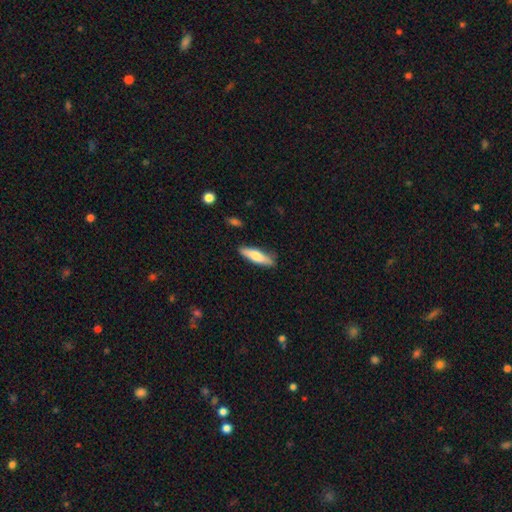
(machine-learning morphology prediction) smooth_or_featured: smooth (p=0.71) [alt: featured or disk p=0.23]
how_rounded: cigar-shaped (p=0.66) [alt: in between p=0.32]
merging: none (p=0.83) [alt: minor disturbance p=0.13]